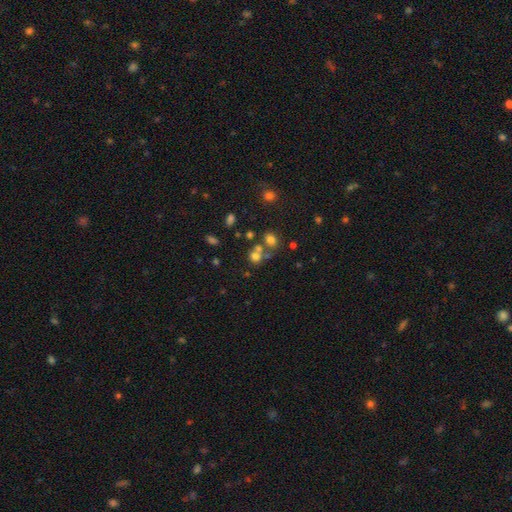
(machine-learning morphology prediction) A smooth galaxy with no disk features (67%) that is round (75%). Merging: none (44%).